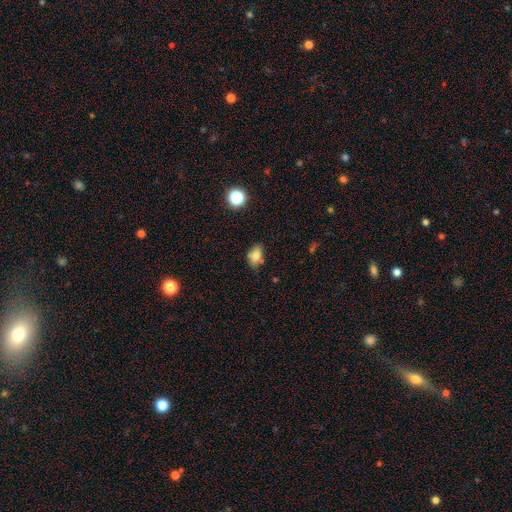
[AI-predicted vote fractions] smooth 74%, featured or disk 14%, star or artifact 12%. Down the decision tree: how rounded — in between (80%); merging — none (67%).